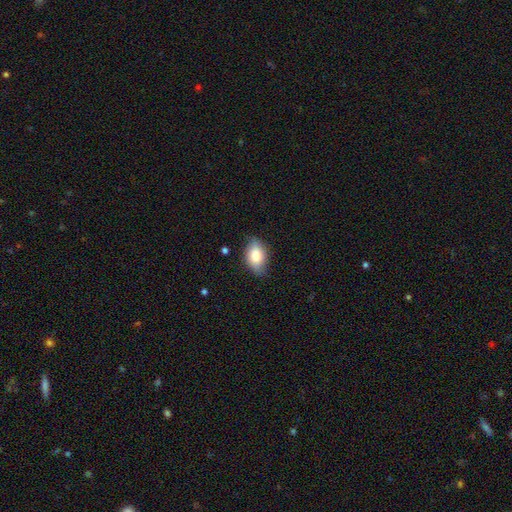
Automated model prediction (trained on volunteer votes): Q: Smooth or featured?
A: smooth (77%); runner-up: featured or disk (16%)
Q: How rounded?
A: in between (88%); runner-up: round (9%)
Q: Merging?
A: none (72%); runner-up: minor disturbance (23%)